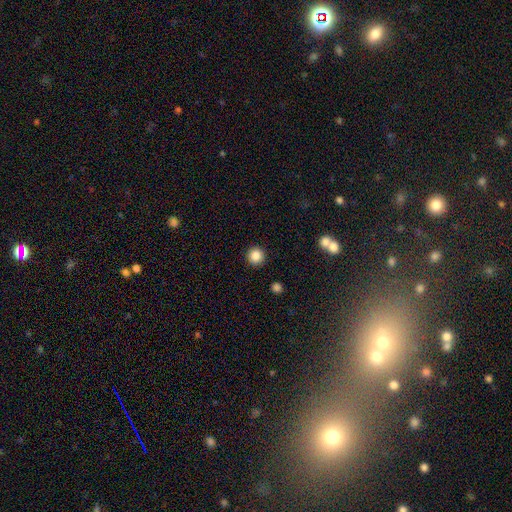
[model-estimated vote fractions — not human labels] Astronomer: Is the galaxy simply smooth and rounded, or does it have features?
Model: smooth — 86%.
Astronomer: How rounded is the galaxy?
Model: round — 95%.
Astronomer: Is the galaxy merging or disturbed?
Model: none — 92%.